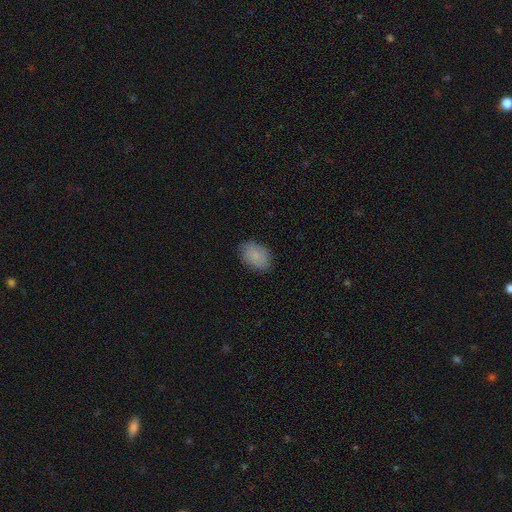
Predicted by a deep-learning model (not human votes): Morphology: type=smooth (84%); roundness=in between (80%); merging=none (82%).